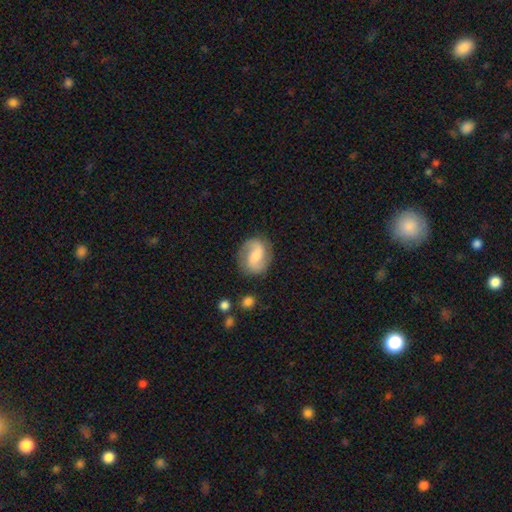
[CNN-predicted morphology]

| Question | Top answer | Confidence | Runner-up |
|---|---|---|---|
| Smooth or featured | featured or disk | 63% | smooth (30%) |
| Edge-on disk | no | 97% | yes (3%) |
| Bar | weak | 46% | no (34%) |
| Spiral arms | yes | 91% | no (9%) |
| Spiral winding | medium | 43% | loose (38%) |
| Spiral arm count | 2 | 84% | 1 (7%) |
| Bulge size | moderate | 43% | small (39%) |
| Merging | none | 76% | minor disturbance (16%) |